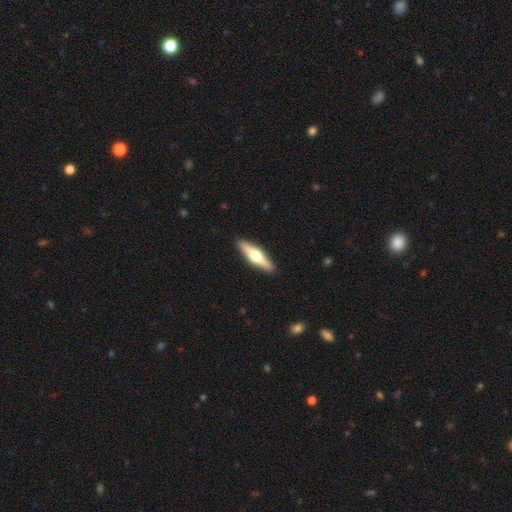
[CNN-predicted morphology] Smooth or featured? featured or disk (59%)
Edge-on disk? yes (95%)
Edge-on bulge? rounded (95%)
Merging? none (91%)